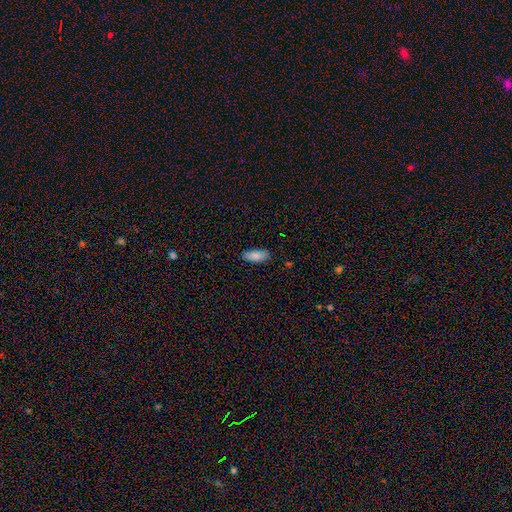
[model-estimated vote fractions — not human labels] Smooth or featured: smooth — 85% (featured or disk — 8%)
How rounded: in between — 82% (cigar-shaped — 16%)
Merging: none — 82% (minor disturbance — 14%)